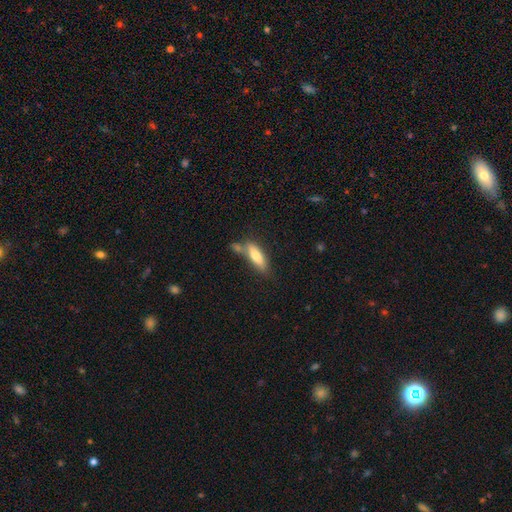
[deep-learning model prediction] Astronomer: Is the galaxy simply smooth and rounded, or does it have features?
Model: smooth — 73%.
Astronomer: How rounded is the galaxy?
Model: in between — 52% (runner-up: cigar-shaped, 46%).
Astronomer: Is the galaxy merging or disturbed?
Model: none — 52%.